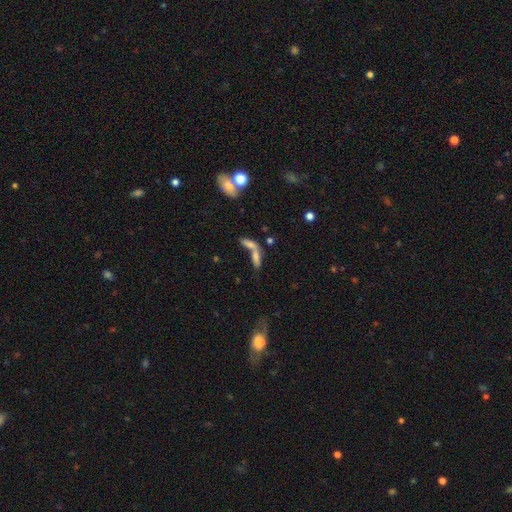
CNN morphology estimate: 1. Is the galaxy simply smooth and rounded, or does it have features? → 62% smooth, 23% featured or disk, 14% star or artifact.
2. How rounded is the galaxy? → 50% in between, 45% cigar-shaped, 5% round.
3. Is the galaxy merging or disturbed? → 60% merger, 26% none, 7% minor disturbance, 6% major disturbance.